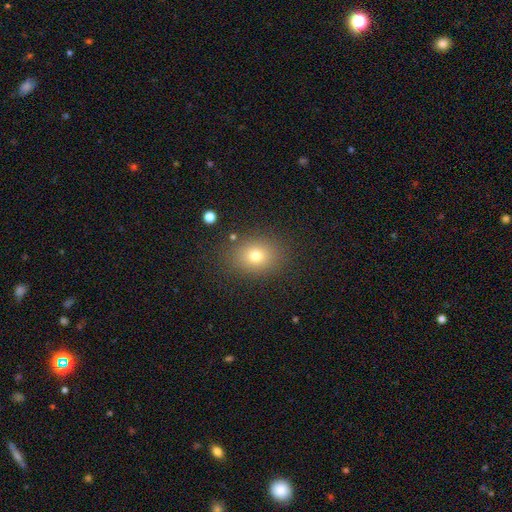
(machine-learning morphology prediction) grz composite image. It shows a smooth galaxy with no disk features (74%) that is in between round and cigar-shaped (53%). Merging: none (85%).